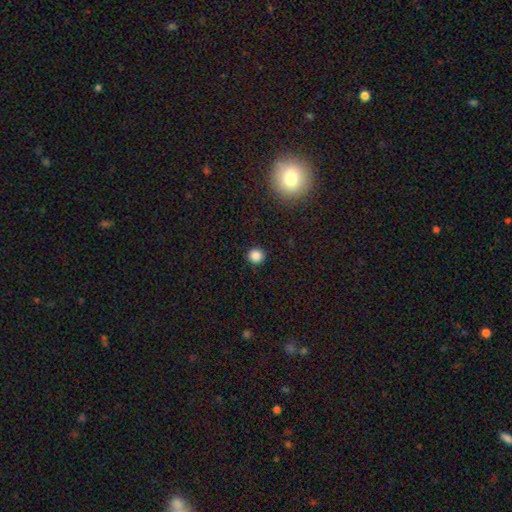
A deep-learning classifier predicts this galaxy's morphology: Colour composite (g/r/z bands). It shows a smooth galaxy with no disk features (85%) that is round (94%). Merging: none (91%).